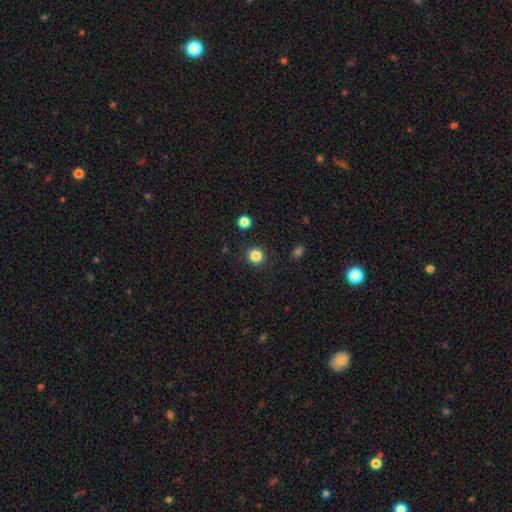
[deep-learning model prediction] Smooth or featured?
  - smooth: 85% *
  - star or artifact: 11%
  - featured or disk: 4%
How rounded?
  - round: 92% *
  - in between: 7%
  - cigar-shaped: 1%
Merging?
  - none: 91% *
  - minor disturbance: 5%
  - major disturbance: 2%
  - merger: 2%